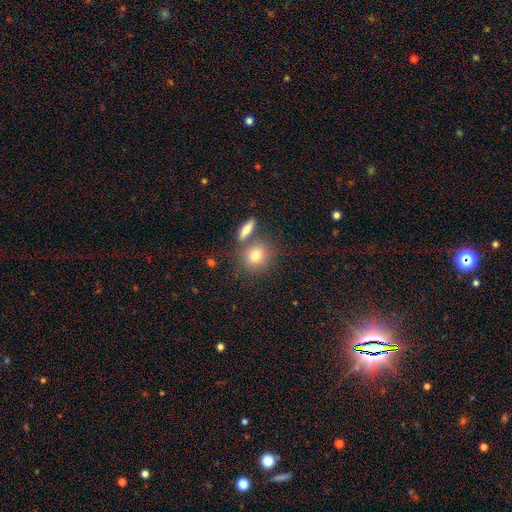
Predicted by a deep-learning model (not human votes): A smooth galaxy with no disk features (79%) that is round (72%). Merging: none (67%).